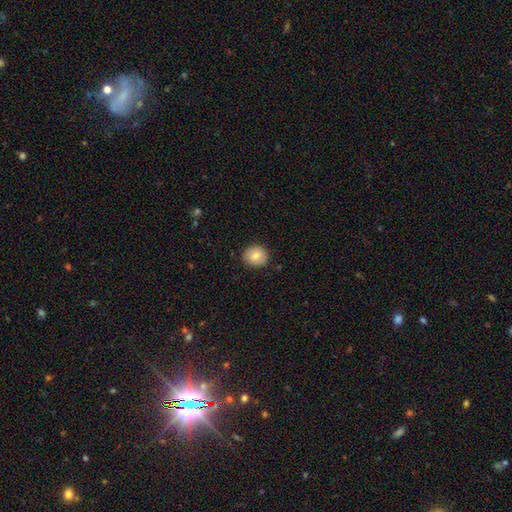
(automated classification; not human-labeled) Overall: smooth (81%). How rounded: round (78%). Merging: none (86%).